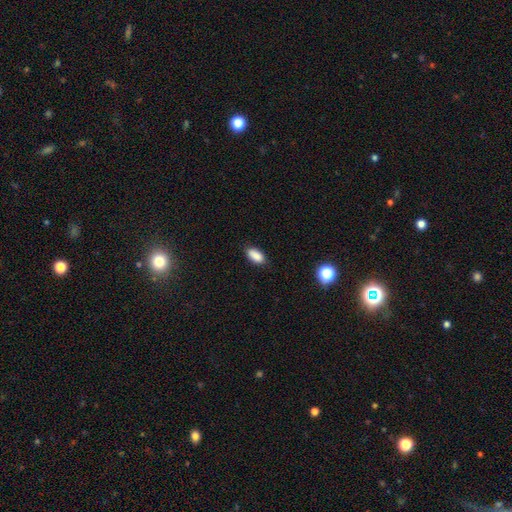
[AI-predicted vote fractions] smooth-or-featured: smooth: 87% | star or artifact: 9% | featured or disk: 4%
  how-rounded: in between: 90% | cigar-shaped: 7% | round: 4%
  merging: none: 84% | minor disturbance: 13% | major disturbance: 2% | merger: 1%